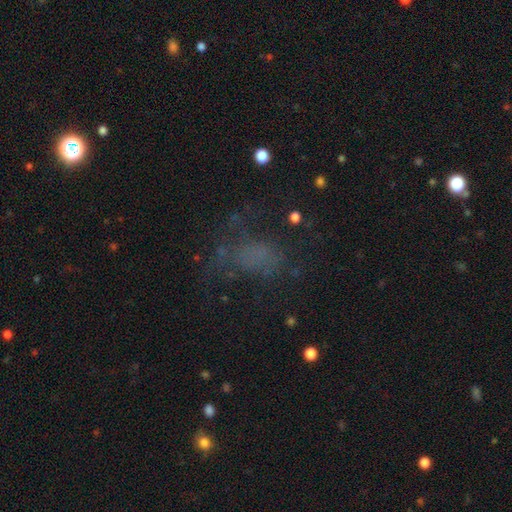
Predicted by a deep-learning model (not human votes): A smooth galaxy with no disk features (40%). Merging: none (46%).